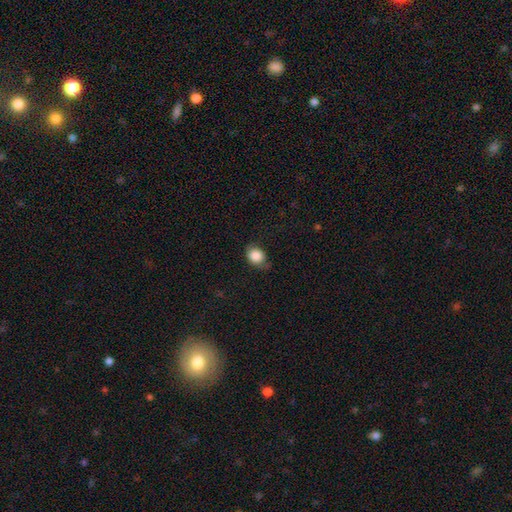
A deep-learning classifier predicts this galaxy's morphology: A smooth galaxy with no disk features (85%) that is round (53%).

Vote fractions:
- Smooth or featured? smooth: 85% / star or artifact: 9% / featured or disk: 7%
- How rounded? round: 53% / in between: 46% / cigar-shaped: 1%
- Merging? none: 63% / minor disturbance: 28% / major disturbance: 8% / merger: 1%